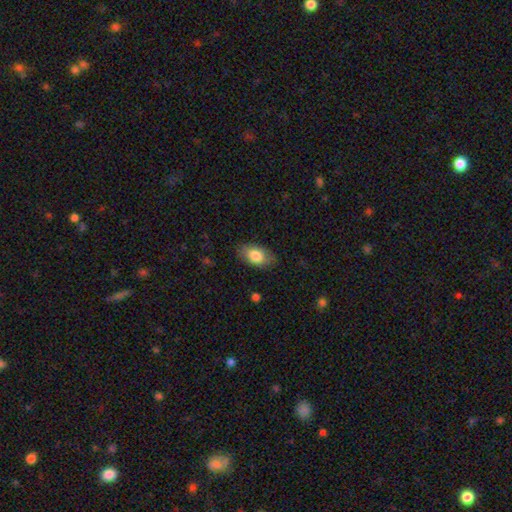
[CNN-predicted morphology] Smooth or featured? Predicted: smooth (p=0.81). How rounded? Predicted: in between (p=0.93). Merging? Predicted: none (p=0.84).